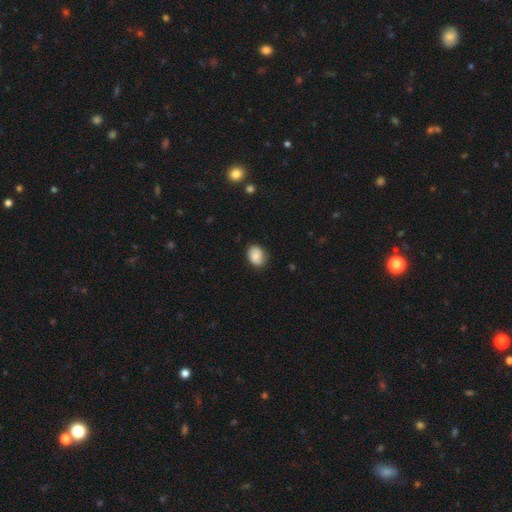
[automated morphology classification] Smooth or featured? smooth (83%)
How rounded? in between (62%)
Merging? none (80%)